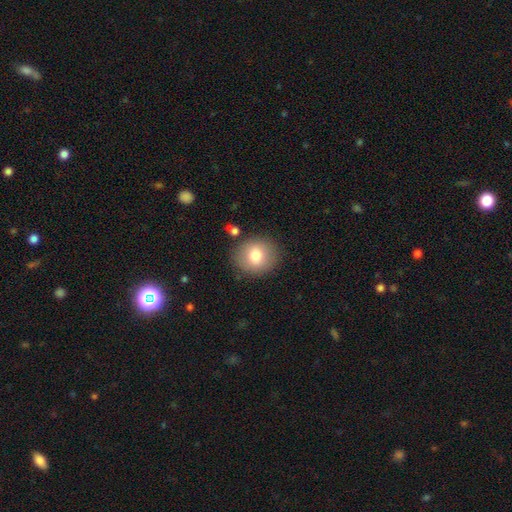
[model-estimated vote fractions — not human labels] Smooth or featured: smooth — 77% (featured or disk — 14%)
How rounded: round — 79% (in between — 20%)
Merging: none — 84% (minor disturbance — 9%)